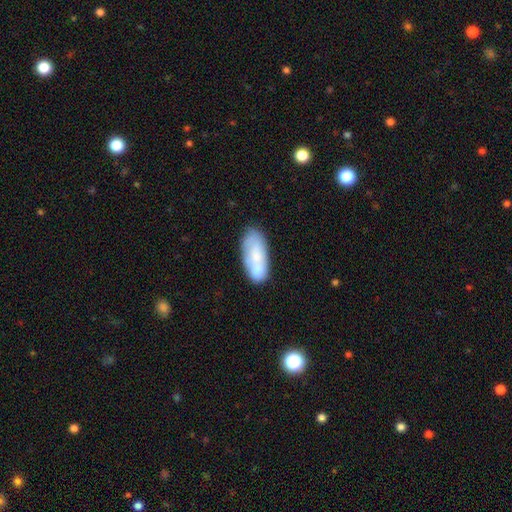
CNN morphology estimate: Smooth or featured? smooth (67%)
How rounded? in between (86%)
Merging? none (56%)